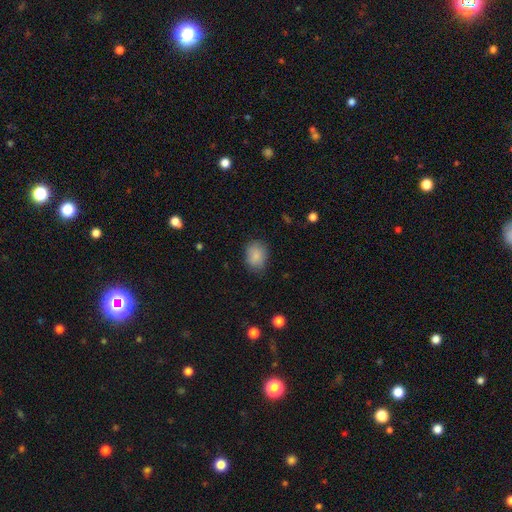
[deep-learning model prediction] Morphology: type=smooth (85%); roundness=in between (59%); merging=none (76%).